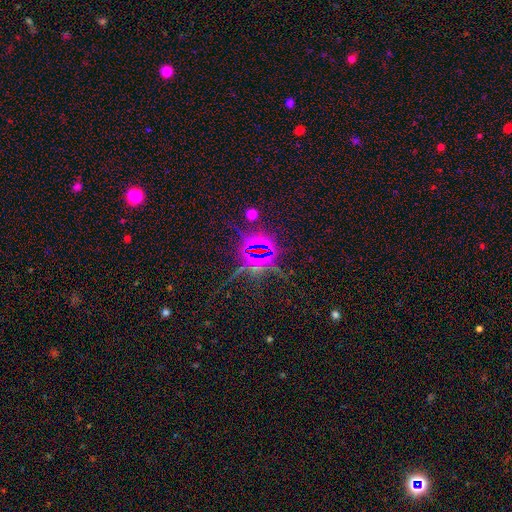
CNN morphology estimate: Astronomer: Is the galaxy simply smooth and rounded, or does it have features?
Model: star or artifact — 79%.